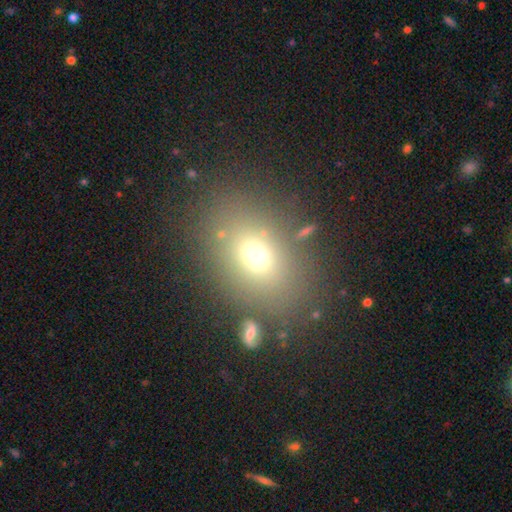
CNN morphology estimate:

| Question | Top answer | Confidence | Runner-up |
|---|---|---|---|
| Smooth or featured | smooth | 69% | star or artifact (17%) |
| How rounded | in between | 66% | round (32%) |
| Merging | none | 76% | minor disturbance (11%) |